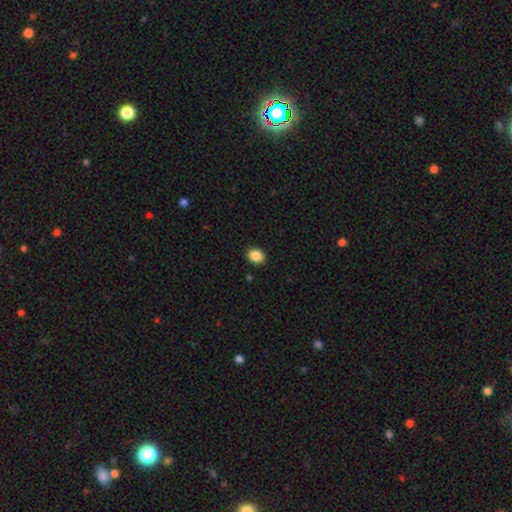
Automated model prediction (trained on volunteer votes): Smooth or featured? Predicted: smooth (p=0.88). How rounded? Predicted: in between (p=0.65). Merging? Predicted: none (p=0.89).